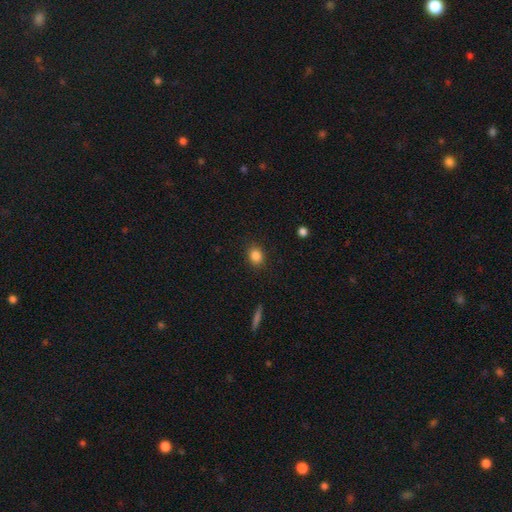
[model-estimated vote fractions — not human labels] smooth_or_featured: smooth (p=0.86) [alt: star or artifact p=0.10]
how_rounded: round (p=0.53) [alt: in between p=0.45]
merging: none (p=0.88) [alt: minor disturbance p=0.08]